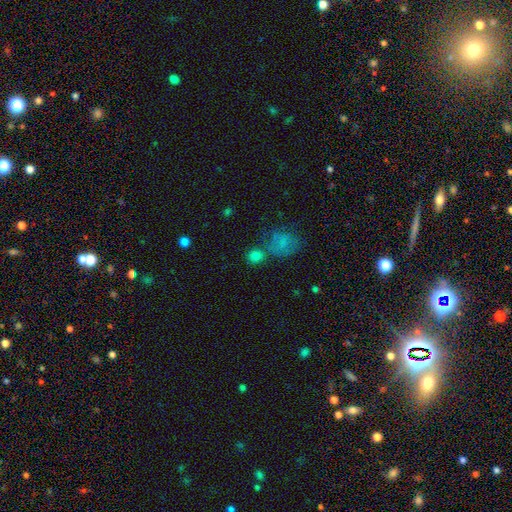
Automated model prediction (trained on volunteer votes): Overall: smooth (81%). How rounded: round (83%). Merging: none (62%; merger 22%).